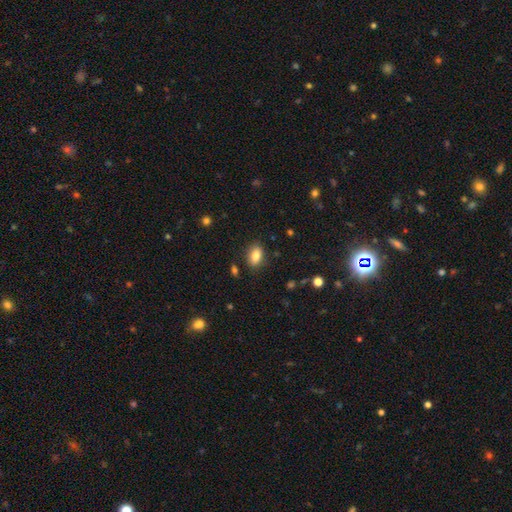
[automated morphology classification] smooth 84%, star or artifact 9%, featured or disk 8%. Down the decision tree: how rounded — in between (86%); merging — none (85%).